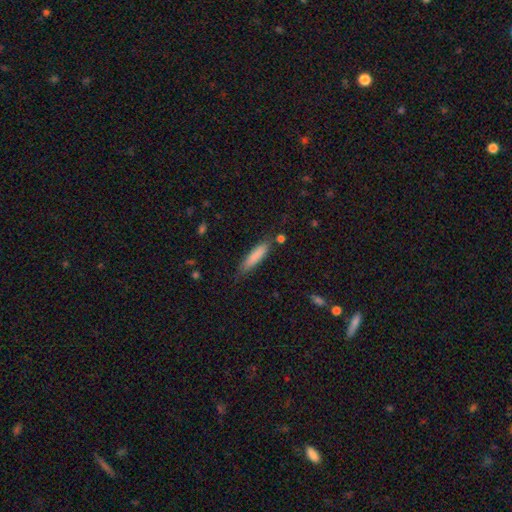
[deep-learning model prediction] Smooth or featured? Predicted: smooth (p=0.82). How rounded? Predicted: cigar-shaped (p=0.81). Merging? Predicted: none (p=0.77).